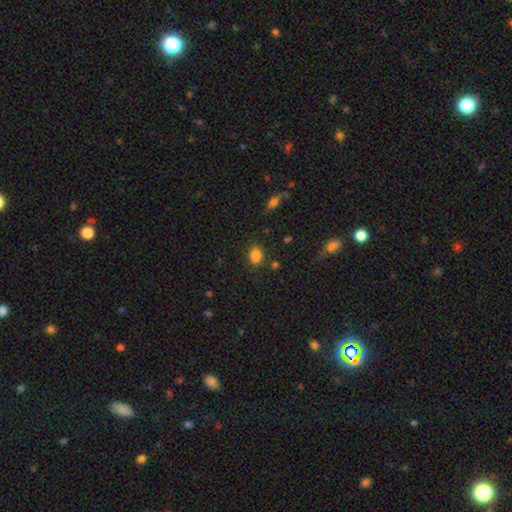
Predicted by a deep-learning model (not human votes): A smooth galaxy with no disk features (85%) that is in between round and cigar-shaped (63%).

Vote fractions:
- Smooth or featured? smooth: 85% / star or artifact: 11% / featured or disk: 4%
- How rounded? in between: 63% / round: 36% / cigar-shaped: 1%
- Merging? none: 81% / minor disturbance: 12% / major disturbance: 4% / merger: 3%